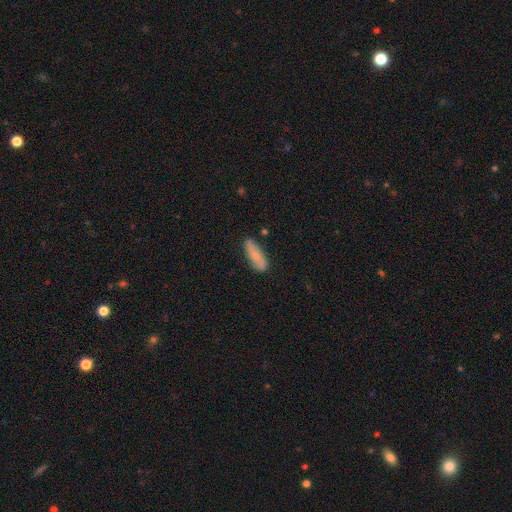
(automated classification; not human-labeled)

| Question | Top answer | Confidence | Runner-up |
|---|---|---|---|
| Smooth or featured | smooth | 62% | featured or disk (32%) |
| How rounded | in between | 55% | cigar-shaped (42%) |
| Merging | none | 81% | minor disturbance (15%) |